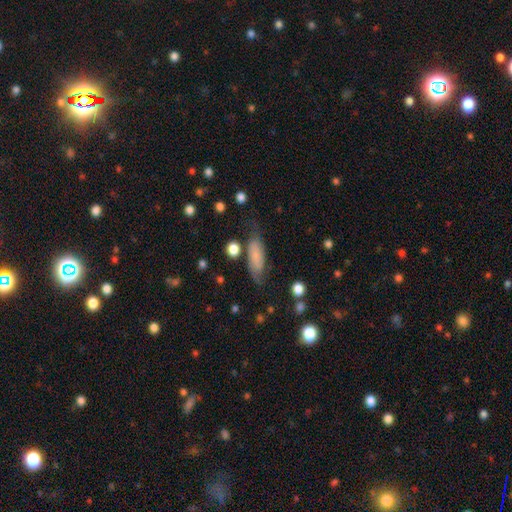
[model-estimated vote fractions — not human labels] Overall: smooth (60%; featured or disk 32%). How rounded: in between (65%; cigar-shaped 31%). Merging: none (61%; minor disturbance 24%).